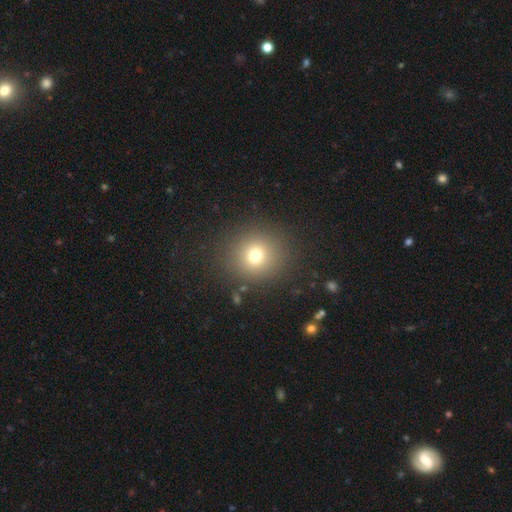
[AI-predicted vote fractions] A smooth galaxy with no disk features (73%) that is round (91%).

Vote fractions:
- Smooth or featured? smooth: 73% / star or artifact: 17% / featured or disk: 10%
- How rounded? round: 91% / in between: 8% / cigar-shaped: 1%
- Merging? none: 88% / minor disturbance: 7% / major disturbance: 4% / merger: 2%